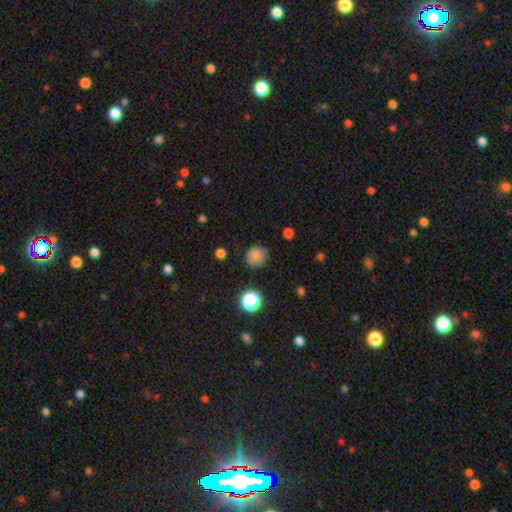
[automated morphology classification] Smooth or featured? Predicted: smooth (p=0.82). How rounded? Predicted: round (p=0.90). Merging? Predicted: none (p=0.81).